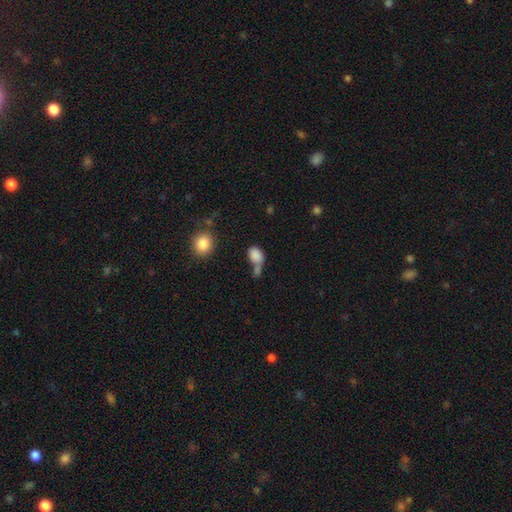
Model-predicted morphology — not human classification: smooth 84%, star or artifact 10%, featured or disk 6%. Down the decision tree: how rounded — in between (68%); merging — merger (40%).